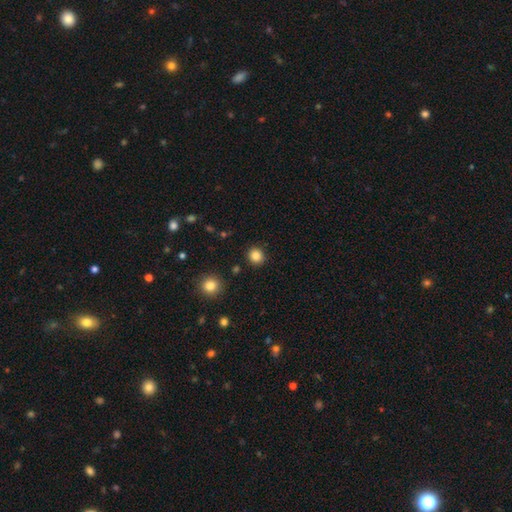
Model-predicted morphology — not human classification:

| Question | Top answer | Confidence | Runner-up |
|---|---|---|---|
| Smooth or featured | smooth | 84% | star or artifact (11%) |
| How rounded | round | 90% | in between (9%) |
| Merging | none | 90% | minor disturbance (6%) |